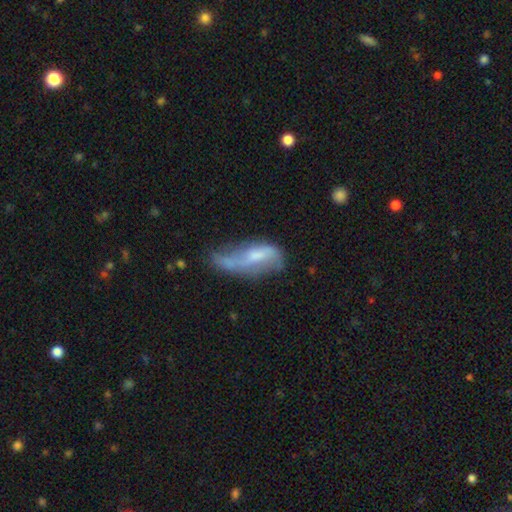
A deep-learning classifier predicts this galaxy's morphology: The model was most divided on "merging": minor disturbance: 31%, major disturbance: 30%, none: 29%, merger: 10%. More confident: edge-on disk — no (85%); smooth or featured — featured or disk (57%).